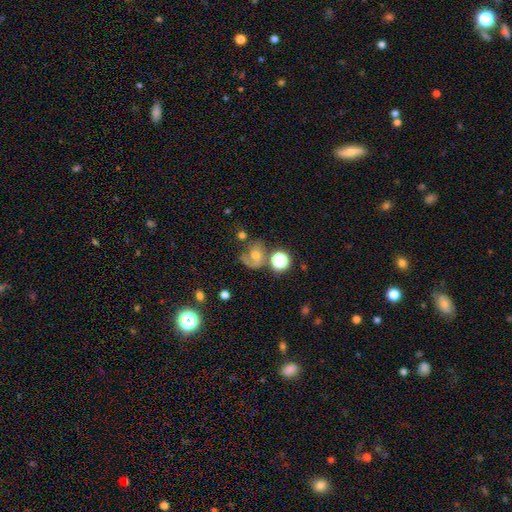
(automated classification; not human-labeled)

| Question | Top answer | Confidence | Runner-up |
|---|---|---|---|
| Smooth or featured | featured or disk | 47% | smooth (34%) |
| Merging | none | 46% | major disturbance (20%) |